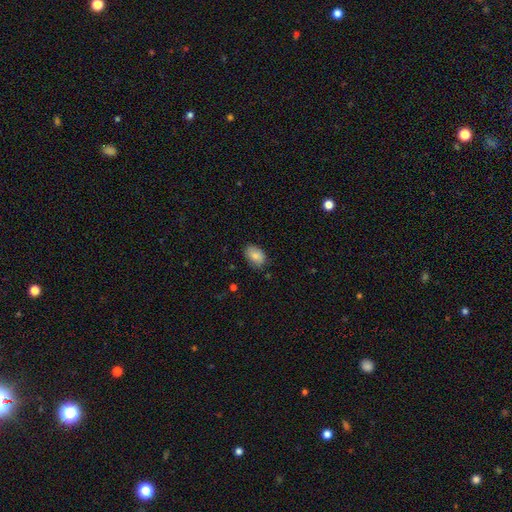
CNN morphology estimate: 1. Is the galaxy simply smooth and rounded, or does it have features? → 85% smooth, 8% featured or disk, 7% star or artifact.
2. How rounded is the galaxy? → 86% in between, 13% round, 1% cigar-shaped.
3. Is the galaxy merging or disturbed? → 79% none, 17% minor disturbance, 3% major disturbance, 1% merger.